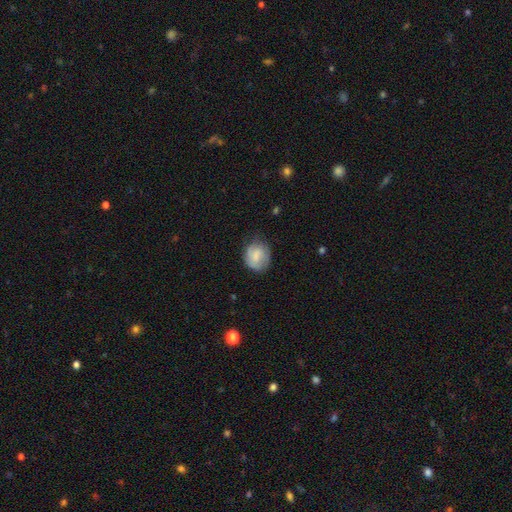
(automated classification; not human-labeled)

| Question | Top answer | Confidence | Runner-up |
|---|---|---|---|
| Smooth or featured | smooth | 60% | featured or disk (33%) |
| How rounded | round | 62% | in between (37%) |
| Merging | none | 62% | minor disturbance (28%) |